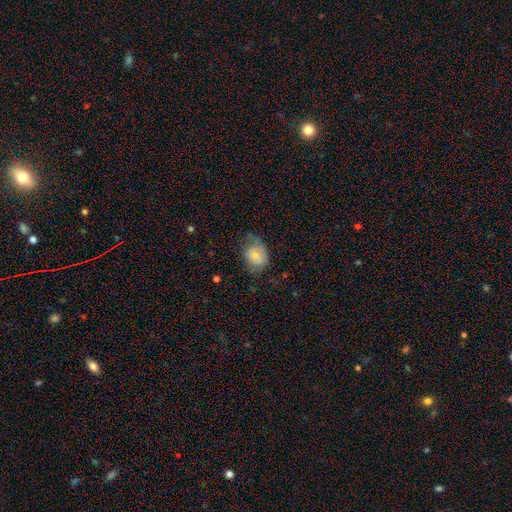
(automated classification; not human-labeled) A smooth galaxy with no disk features (74%) that is in between round and cigar-shaped (63%). Merging: none (42%).